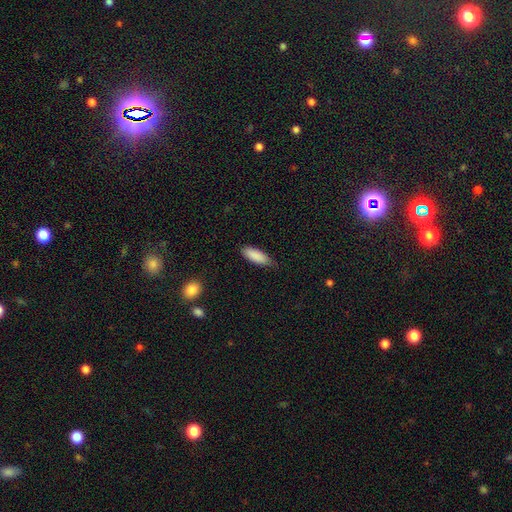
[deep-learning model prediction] Smooth or featured: smooth — 89% (star or artifact — 6%)
How rounded: in between — 68% (cigar-shaped — 31%)
Merging: none — 76% (minor disturbance — 19%)